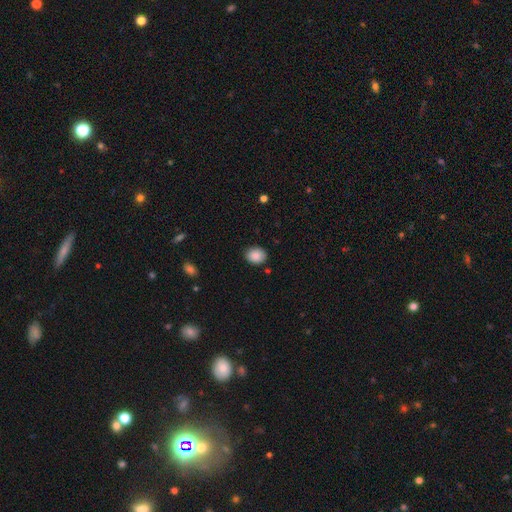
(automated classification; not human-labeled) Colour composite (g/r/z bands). It shows a smooth galaxy with no disk features (88%) that is in between round and cigar-shaped (51%). Merging: none (86%).